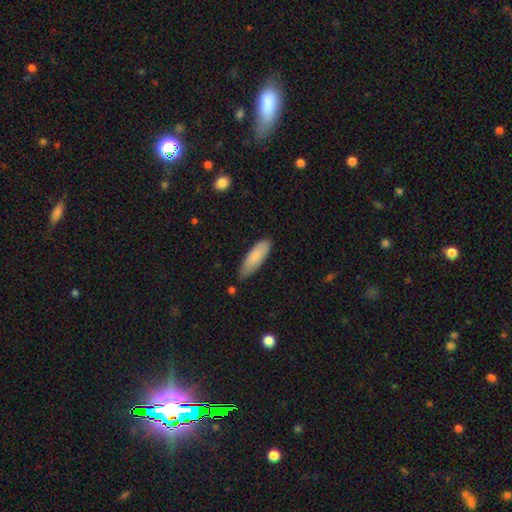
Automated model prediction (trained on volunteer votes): This appears to be a smooth galaxy with no disk features (83%) that is in between round and cigar-shaped (49%, tied with cigar-shaped). Merging: none (73%).